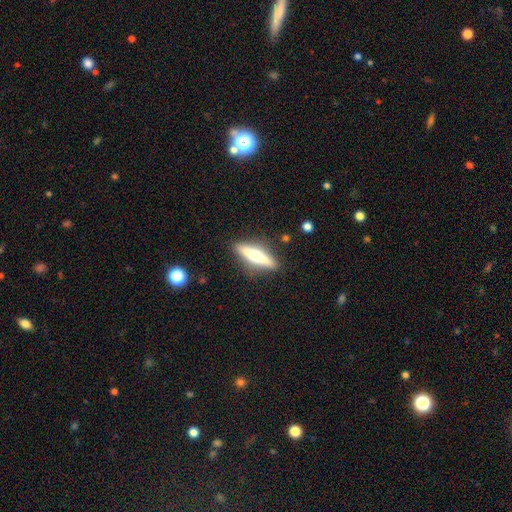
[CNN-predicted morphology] A featured or disk galaxy (54%) viewed edge-on (92%). Merging: none (88%).